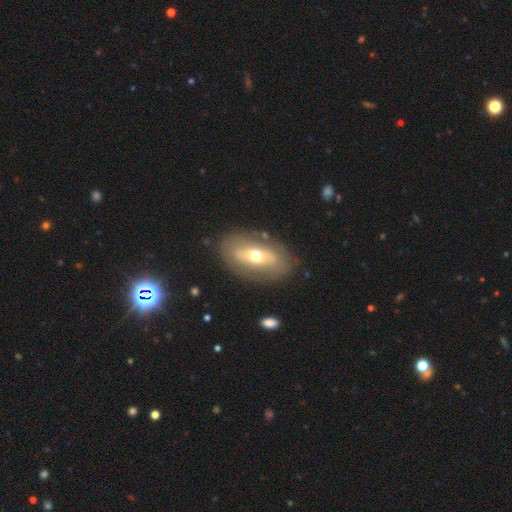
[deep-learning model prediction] Overall: featured or disk (52%; smooth 41%). Edge-on disk: no (83%). Merging: none (80%).